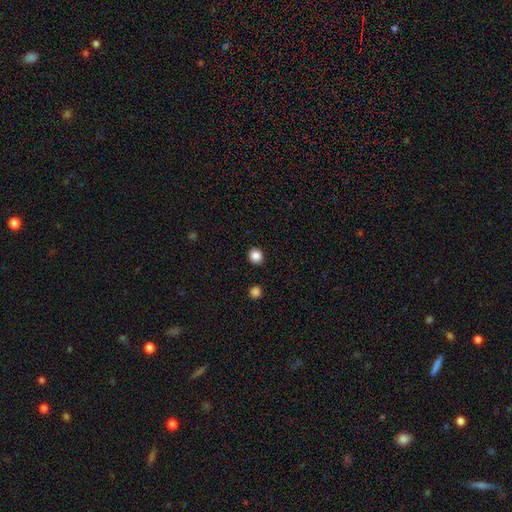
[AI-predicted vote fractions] This is clearly a smooth galaxy (86%). How rounded: clearly round (81%). Merging: clearly none (92%).